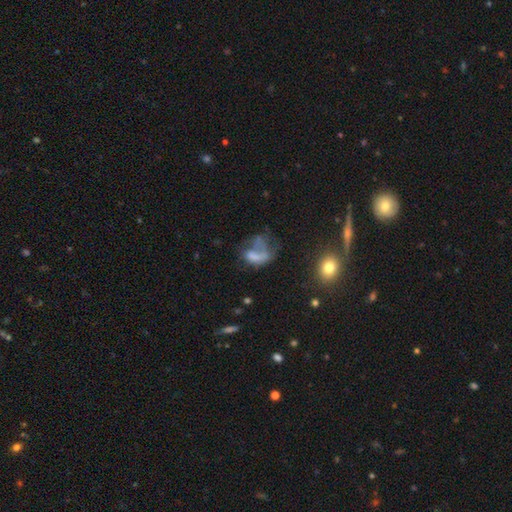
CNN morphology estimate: The model was most divided on "smooth or featured": smooth: 45%, featured or disk: 39%, star or artifact: 16%. Remaining: merging — major disturbance (48%).